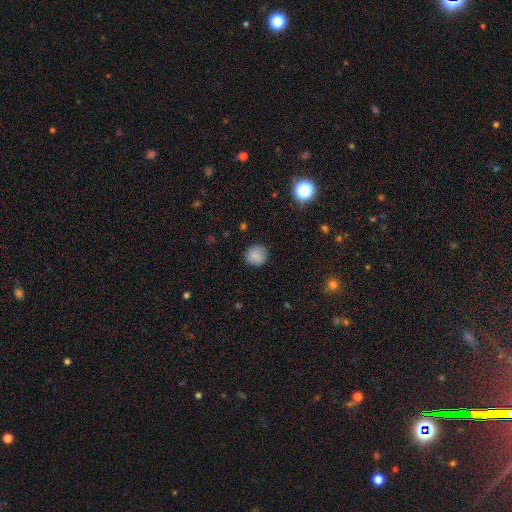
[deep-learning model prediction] Q: Smooth or featured?
A: smooth (86%); runner-up: star or artifact (10%)
Q: How rounded?
A: round (91%); runner-up: in between (8%)
Q: Merging?
A: none (88%); runner-up: minor disturbance (9%)